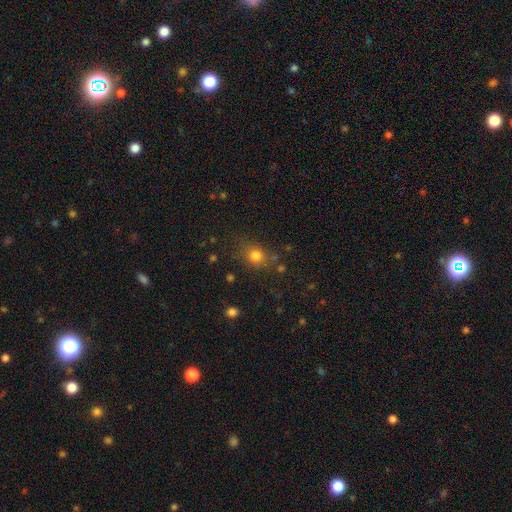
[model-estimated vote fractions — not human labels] Smooth or featured? smooth (78%)
How rounded? round (71%)
Merging? none (74%)